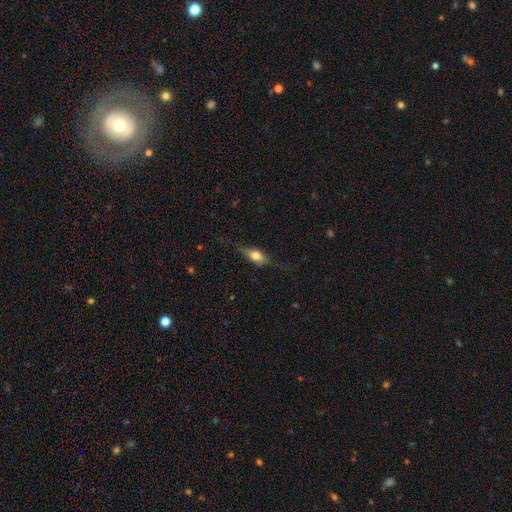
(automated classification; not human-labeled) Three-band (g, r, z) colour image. It shows a smooth galaxy with no disk features (49%). Merging: none (70%).